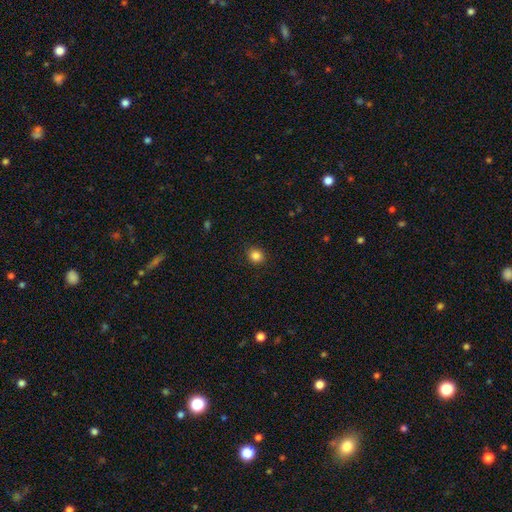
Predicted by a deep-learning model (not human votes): This appears to be a smooth galaxy with no disk features (85%) that is round (80%). Merging: none (89%).